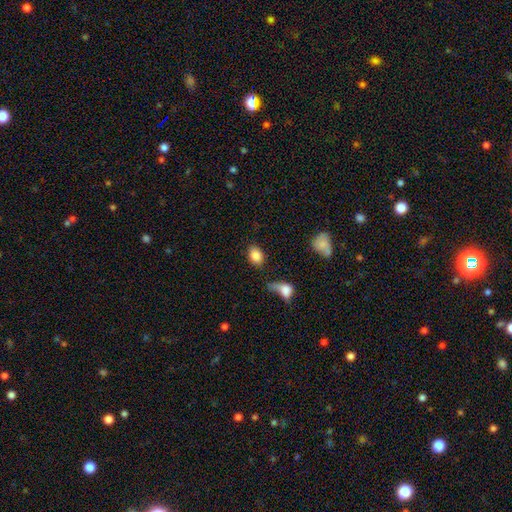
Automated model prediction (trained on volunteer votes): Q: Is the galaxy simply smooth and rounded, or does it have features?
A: smooth — 85%.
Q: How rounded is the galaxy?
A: in between — 79%.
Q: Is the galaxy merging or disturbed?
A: none — 69%.